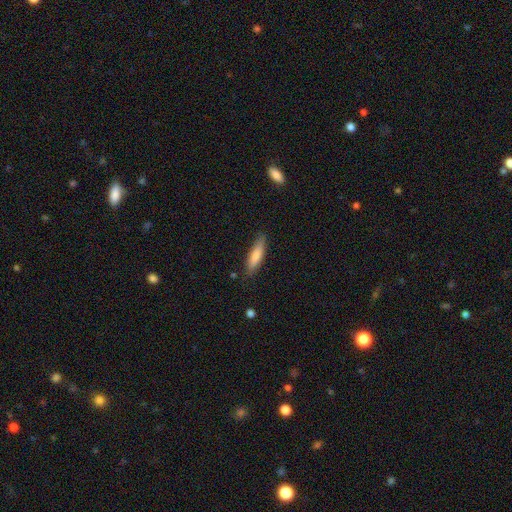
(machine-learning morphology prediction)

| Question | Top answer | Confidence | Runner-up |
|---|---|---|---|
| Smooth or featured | smooth | 77% | featured or disk (17%) |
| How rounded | cigar-shaped | 71% | in between (28%) |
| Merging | none | 81% | minor disturbance (14%) |